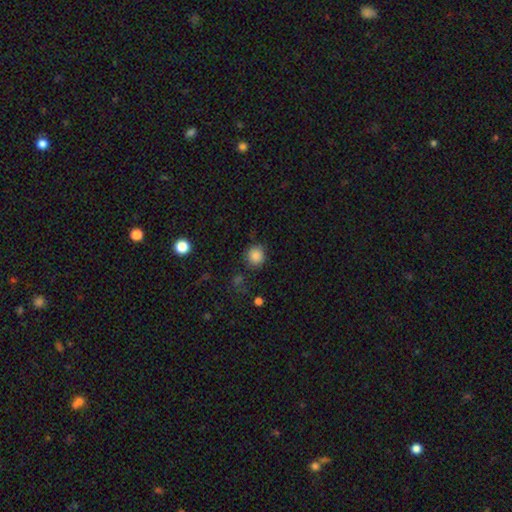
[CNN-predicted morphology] Q: Smooth or featured?
A: smooth (85%); runner-up: star or artifact (11%)
Q: How rounded?
A: round (88%); runner-up: in between (11%)
Q: Merging?
A: none (83%); runner-up: minor disturbance (11%)